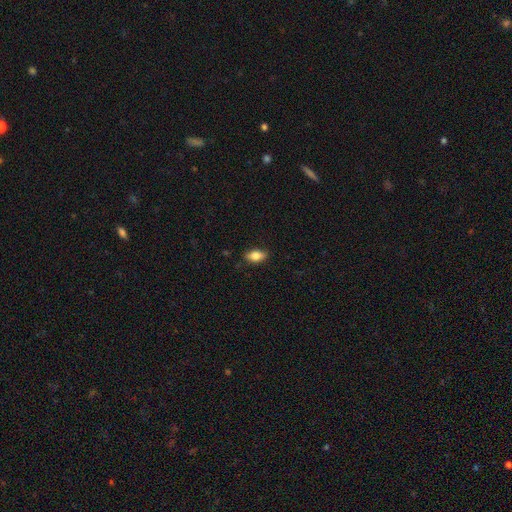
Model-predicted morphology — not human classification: smooth-or-featured: smooth: 76% | featured or disk: 16% | star or artifact: 7%
  how-rounded: in between: 86% | cigar-shaped: 8% | round: 5%
  merging: none: 84% | minor disturbance: 13% | major disturbance: 2% | merger: 1%